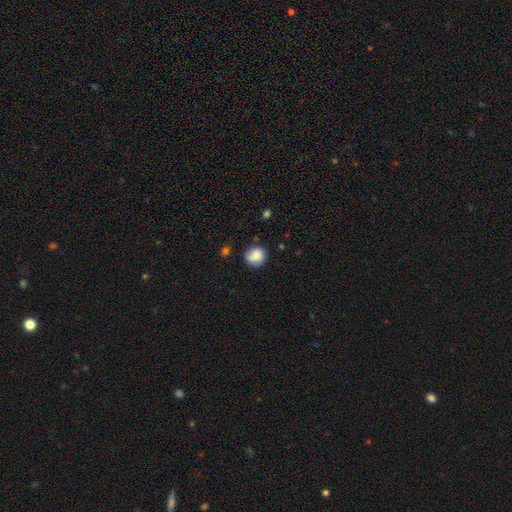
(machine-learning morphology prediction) Smooth or featured: smooth — 82% (featured or disk — 9%)
How rounded: round — 86% (in between — 13%)
Merging: none — 73% (minor disturbance — 19%)